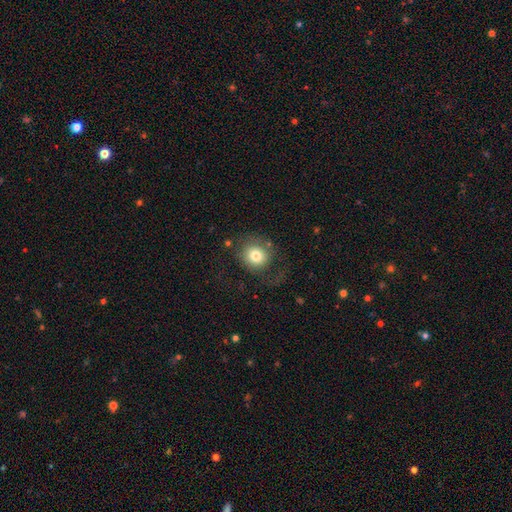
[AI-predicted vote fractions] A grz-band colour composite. It shows a smooth galaxy with no disk features (76%) that is round (84%). Merging: none (61%).